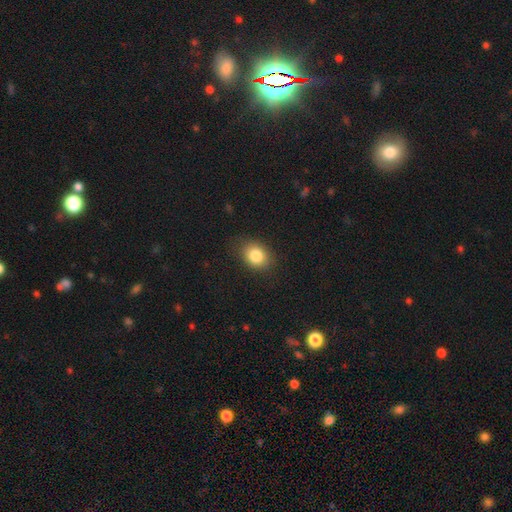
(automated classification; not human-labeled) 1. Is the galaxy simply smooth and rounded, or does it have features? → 84% smooth, 9% star or artifact, 7% featured or disk.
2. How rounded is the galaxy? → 58% in between, 41% round, 1% cigar-shaped.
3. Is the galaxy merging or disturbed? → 81% none, 14% minor disturbance, 4% major disturbance, 1% merger.